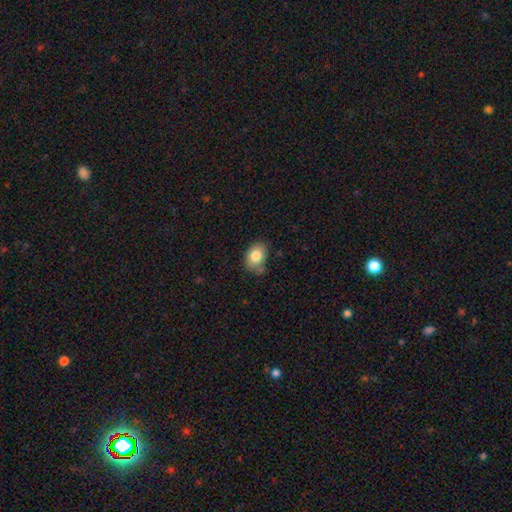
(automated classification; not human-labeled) Smooth or featured?
  - smooth: 82% *
  - featured or disk: 9%
  - star or artifact: 8%
How rounded?
  - in between: 74% *
  - round: 25%
  - cigar-shaped: 1%
Merging?
  - none: 67% *
  - minor disturbance: 23%
  - merger: 5%
  - major disturbance: 5%